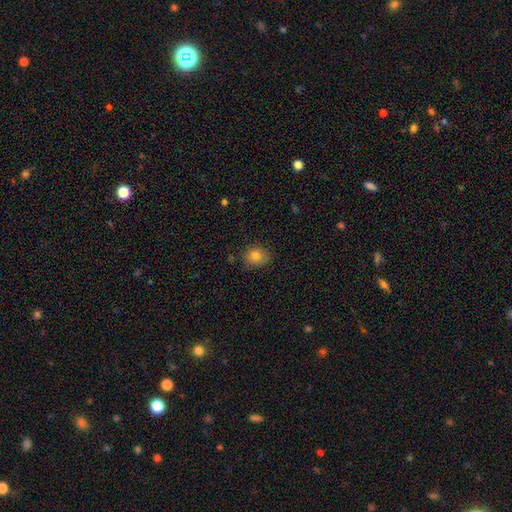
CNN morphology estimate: A smooth galaxy with no disk features (80%) that is round (64%).

Vote fractions:
- Smooth or featured? smooth: 80% / star or artifact: 12% / featured or disk: 9%
- How rounded? round: 64% / in between: 35% / cigar-shaped: 1%
- Merging? none: 80% / minor disturbance: 15% / major disturbance: 3% / merger: 2%